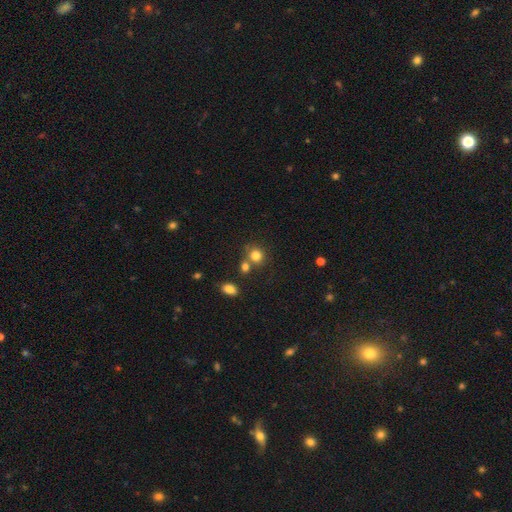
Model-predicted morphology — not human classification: Smooth or featured? smooth (81%)
How rounded? round (83%)
Merging? none (61%)